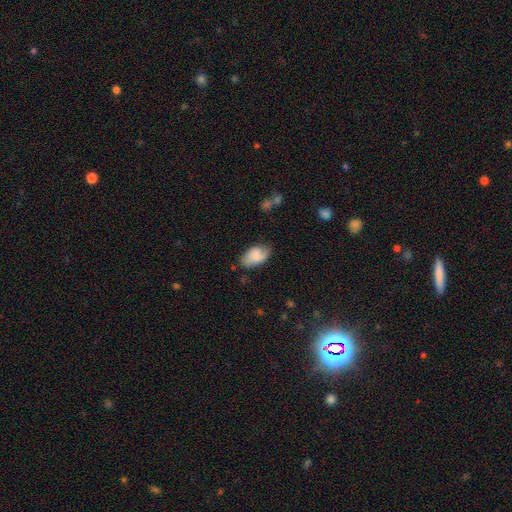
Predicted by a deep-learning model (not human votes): Smooth or featured? Predicted: smooth (p=0.73). How rounded? Predicted: in between (p=0.93). Merging? Predicted: none (p=0.68).